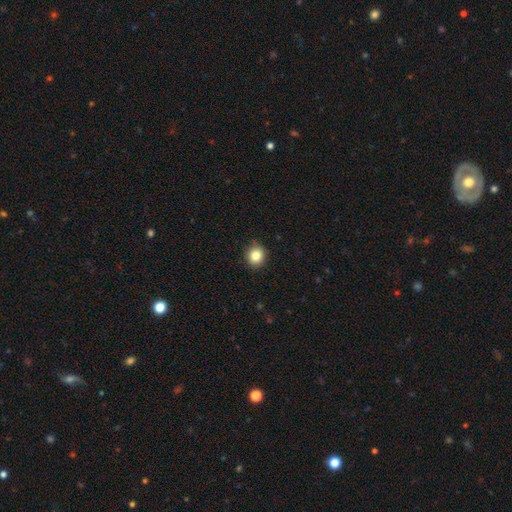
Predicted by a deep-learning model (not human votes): smooth 84%, star or artifact 10%, featured or disk 6%. Down the decision tree: how rounded — round (84%); merging — none (88%).